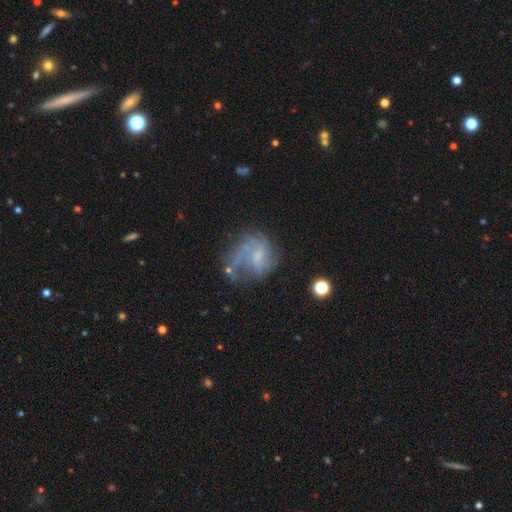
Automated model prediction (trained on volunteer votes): Q: Smooth or featured?
A: featured or disk (64%); runner-up: smooth (26%)
Q: Edge-on disk?
A: no (98%); runner-up: yes (2%)
Q: Bar?
A: no (51%); runner-up: weak (42%)
Q: Spiral arms?
A: yes (71%); runner-up: no (29%)
Q: Bulge size?
A: small (45%); runner-up: none (30%)
Q: Merging?
A: none (41%); runner-up: major disturbance (30%)